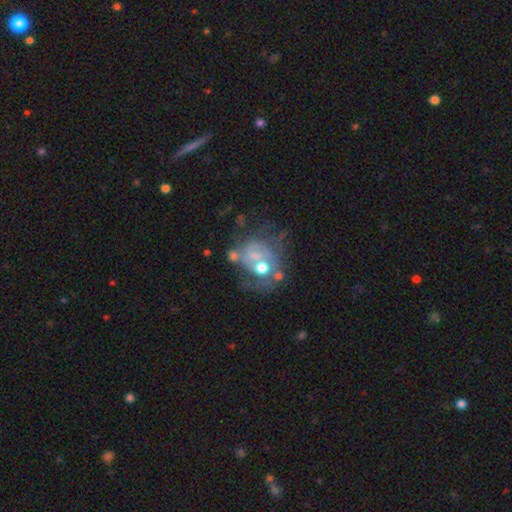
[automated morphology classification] smooth_or_featured: featured or disk (p=0.64) [alt: smooth p=0.24]
disk_edge_on: no (p=0.98) [alt: yes p=0.02]
bar: no (p=0.80) [alt: weak p=0.16]
has_spiral_arms: no (p=0.56) [alt: yes p=0.44]
bulge_size: moderate (p=0.59) [alt: small p=0.22]
merging: major disturbance (p=0.31) [alt: none p=0.29]